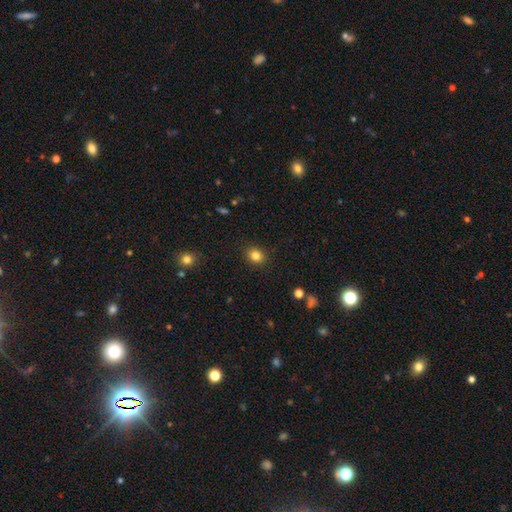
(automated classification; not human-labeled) smooth 83%, star or artifact 11%, featured or disk 5%. Down the decision tree: how rounded — round (66%); merging — none (89%).